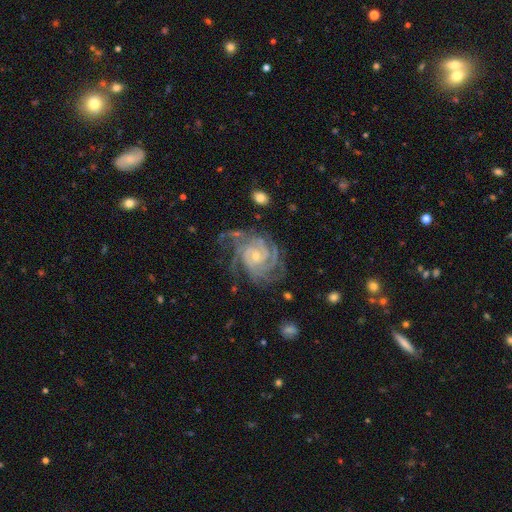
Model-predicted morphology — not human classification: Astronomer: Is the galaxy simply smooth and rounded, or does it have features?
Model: featured or disk — 91%.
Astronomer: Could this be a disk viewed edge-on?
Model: no — 98%.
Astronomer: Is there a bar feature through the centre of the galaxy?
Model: no — 69%.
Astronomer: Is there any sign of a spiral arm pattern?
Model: yes — 98%.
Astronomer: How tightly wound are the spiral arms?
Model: tight — 72%.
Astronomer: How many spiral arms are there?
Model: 4 — 33% (runner-up: 3, 23%).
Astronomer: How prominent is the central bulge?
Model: small — 68%.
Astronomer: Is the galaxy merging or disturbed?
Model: none — 65%.